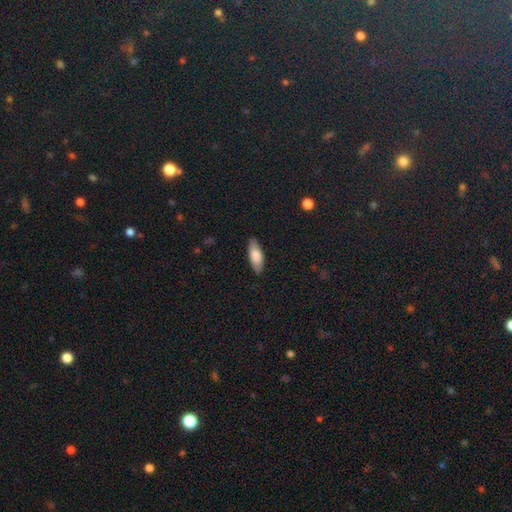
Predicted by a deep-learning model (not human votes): smooth_or_featured: smooth (p=0.79) [alt: featured or disk p=0.15]
how_rounded: in between (p=0.73) [alt: cigar-shaped p=0.25]
merging: none (p=0.86) [alt: minor disturbance p=0.11]